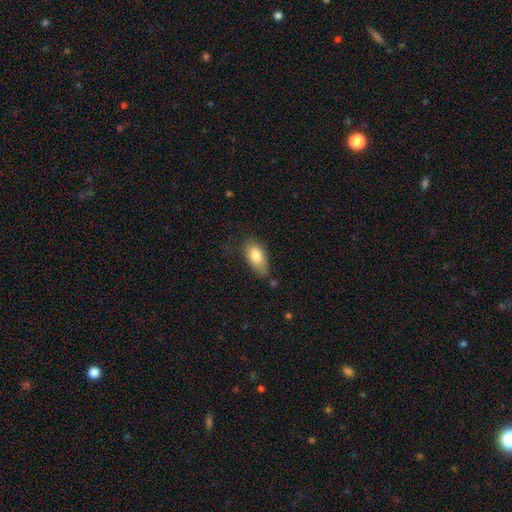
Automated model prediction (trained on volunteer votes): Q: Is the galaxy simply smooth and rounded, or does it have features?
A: smooth — 81%.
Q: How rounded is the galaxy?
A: in between — 90%.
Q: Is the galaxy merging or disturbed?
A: none — 59%.